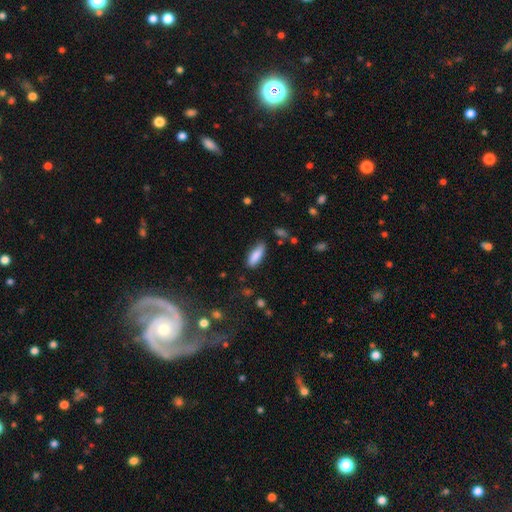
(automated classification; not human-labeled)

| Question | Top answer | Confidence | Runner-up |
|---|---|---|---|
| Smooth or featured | smooth | 87% | featured or disk (7%) |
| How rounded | in between | 63% | cigar-shaped (35%) |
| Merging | none | 76% | minor disturbance (18%) |